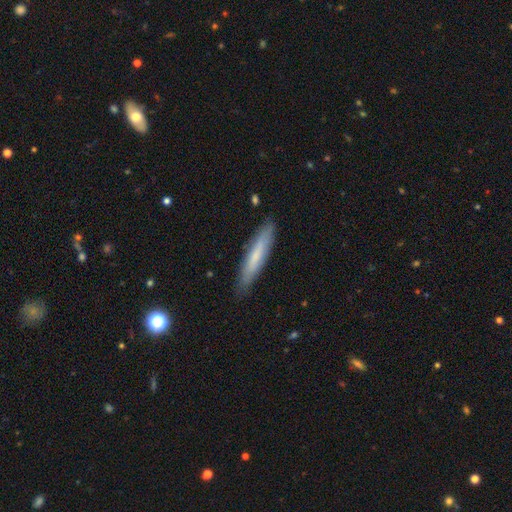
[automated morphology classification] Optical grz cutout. It shows a smooth galaxy with no disk features (65%) that is cigar-shaped (90%). Merging: none (87%).